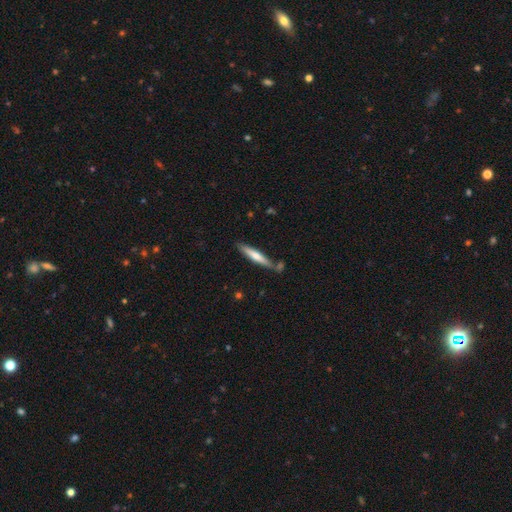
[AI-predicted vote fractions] A smooth galaxy with no disk features (49%). Merging: none (77%).